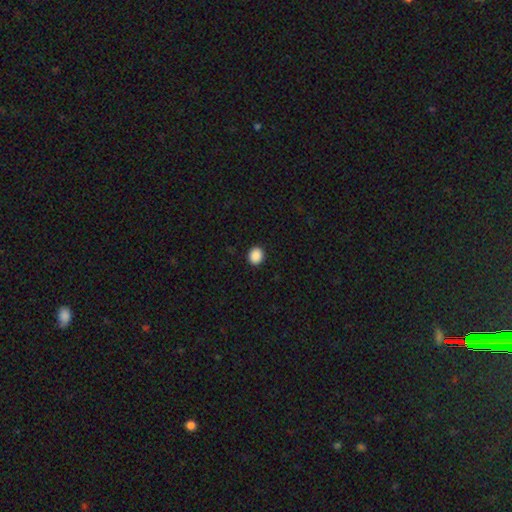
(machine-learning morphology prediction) Smooth or featured? smooth (90%)
How rounded? round (67%)
Merging? none (92%)